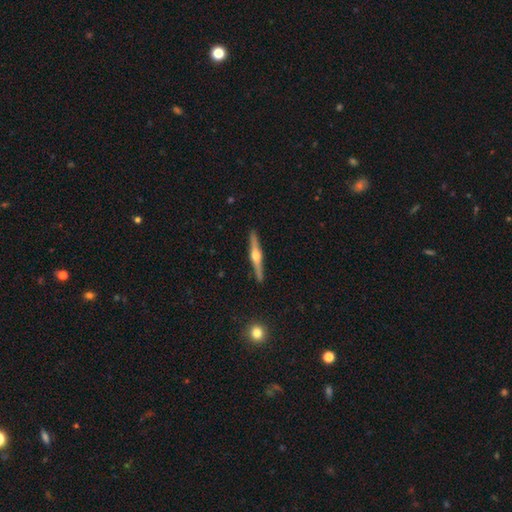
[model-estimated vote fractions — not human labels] A featured or disk galaxy (76%) viewed edge-on (98%) with a rounded central bulge (94%). Merging: none (91%).